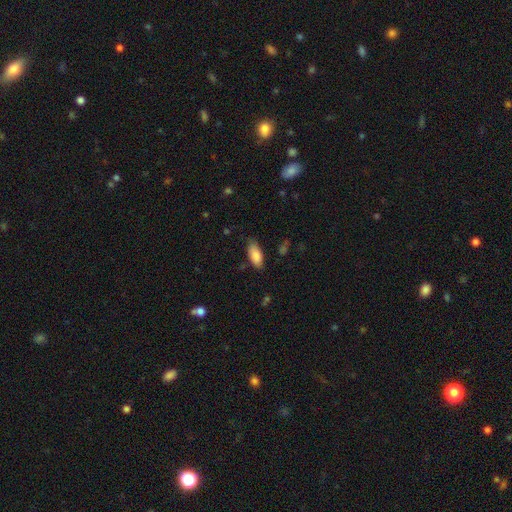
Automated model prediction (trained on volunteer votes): Morphology: type=smooth (86%); roundness=in between (85%); merging=none (74%).